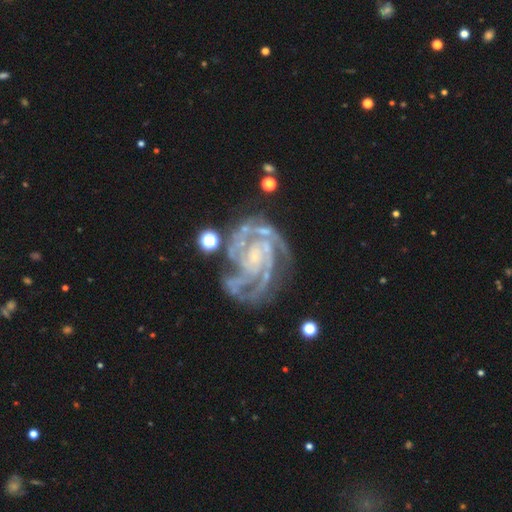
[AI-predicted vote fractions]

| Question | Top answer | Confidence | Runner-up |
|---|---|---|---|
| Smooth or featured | featured or disk | 92% | star or artifact (5%) |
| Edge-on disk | no | 98% | yes (2%) |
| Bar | no | 57% | weak (30%) |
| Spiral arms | yes | 98% | no (2%) |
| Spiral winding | tight | 64% | medium (32%) |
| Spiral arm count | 3 | 37% | 2 (20%) |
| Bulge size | small | 69% | none (15%) |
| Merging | none | 65% | minor disturbance (20%) |